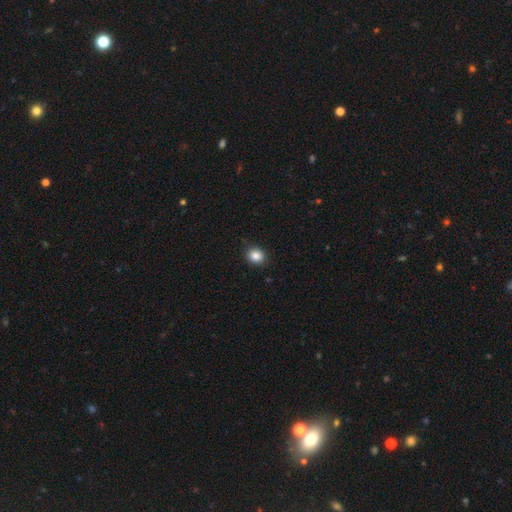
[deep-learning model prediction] A smooth galaxy with no disk features (86%) that is round (75%). Merging: none (86%).